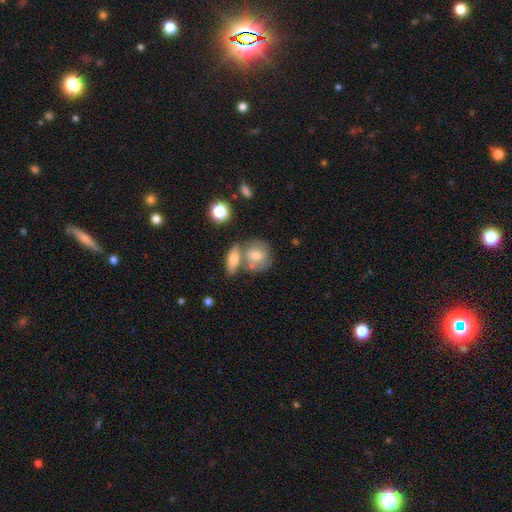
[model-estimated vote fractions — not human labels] smooth-or-featured: smooth: 62% | featured or disk: 30% | star or artifact: 8%
  how-rounded: round: 63% | in between: 34% | cigar-shaped: 3%
  merging: none: 44% | merger: 38% | minor disturbance: 13% | major disturbance: 5%